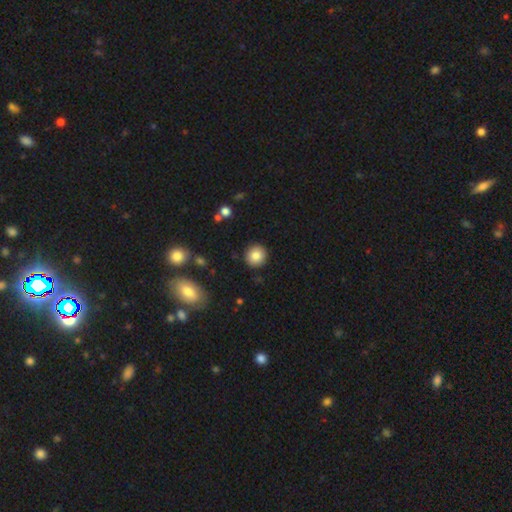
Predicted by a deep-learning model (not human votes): Smooth or featured? Predicted: smooth (p=0.84). How rounded? Predicted: round (p=0.91). Merging? Predicted: none (p=0.91).